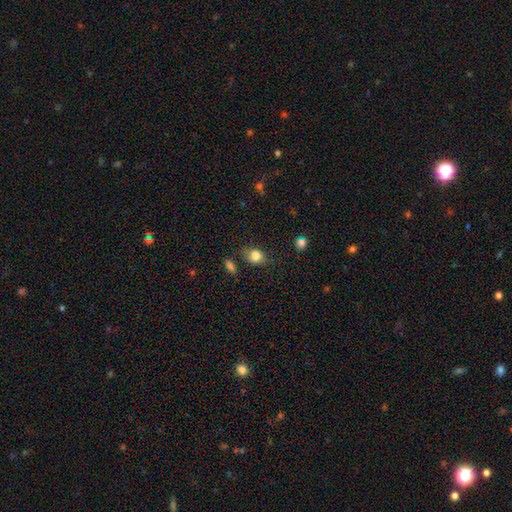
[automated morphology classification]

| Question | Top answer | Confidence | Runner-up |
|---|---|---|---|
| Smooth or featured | smooth | 81% | star or artifact (10%) |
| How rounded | in between | 57% | round (41%) |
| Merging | none | 69% | minor disturbance (21%) |